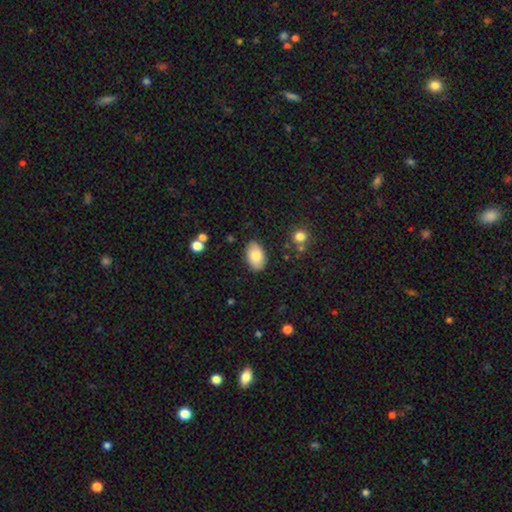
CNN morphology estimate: Q: Smooth or featured?
A: smooth (82%); runner-up: featured or disk (11%)
Q: How rounded?
A: in between (92%); runner-up: round (7%)
Q: Merging?
A: none (85%); runner-up: minor disturbance (11%)